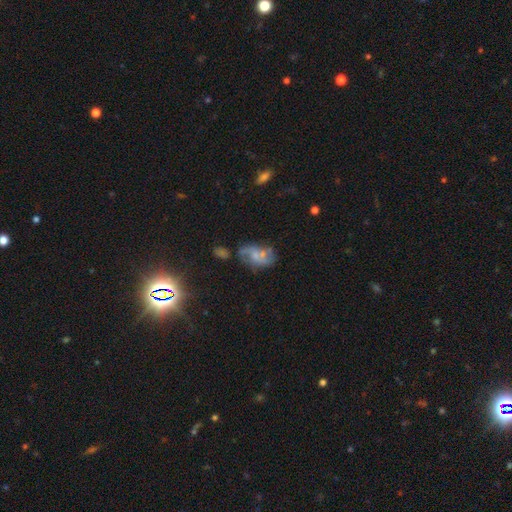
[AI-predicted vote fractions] Q: Smooth or featured?
A: featured or disk (57%); runner-up: smooth (30%)
Q: Edge-on disk?
A: no (96%); runner-up: yes (4%)
Q: Bar?
A: no (66%); runner-up: weak (28%)
Q: Spiral arms?
A: yes (68%); runner-up: no (32%)
Q: Bulge size?
A: small (49%); runner-up: moderate (27%)
Q: Merging?
A: none (43%); runner-up: minor disturbance (25%)